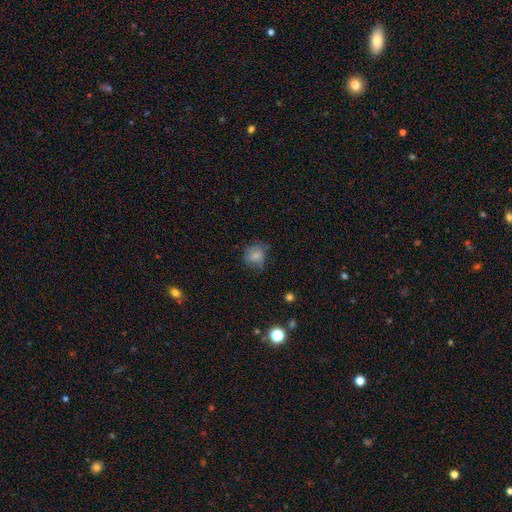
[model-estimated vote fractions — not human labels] smooth_or_featured: smooth (p=0.67) [alt: featured or disk p=0.22]
how_rounded: round (p=0.69) [alt: in between p=0.30]
merging: none (p=0.53) [alt: minor disturbance p=0.30]